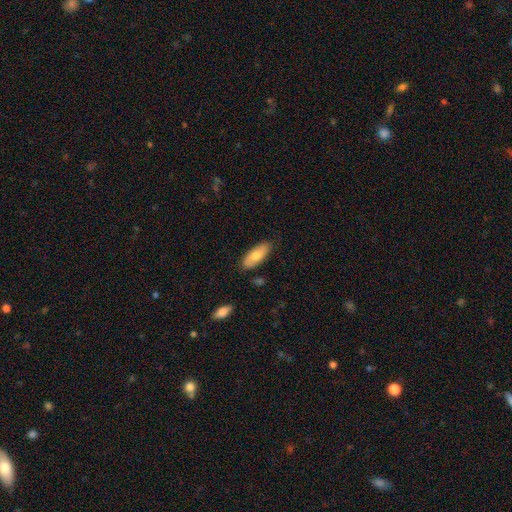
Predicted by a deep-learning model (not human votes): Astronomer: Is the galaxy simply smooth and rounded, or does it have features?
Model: smooth — 75%.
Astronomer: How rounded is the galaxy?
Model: in between — 78%.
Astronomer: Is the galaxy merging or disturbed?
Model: none — 81%.